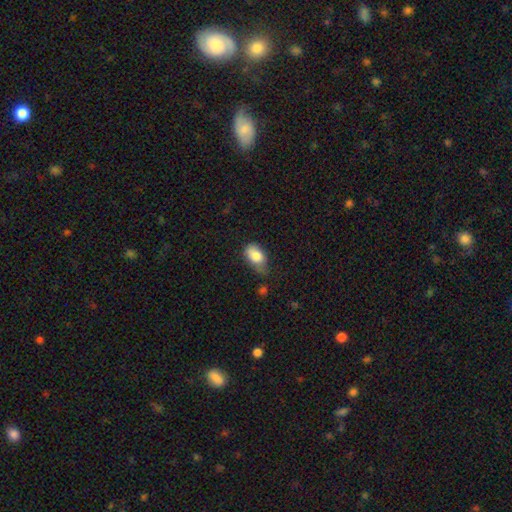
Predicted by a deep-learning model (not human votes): This is clearly a smooth galaxy (82%). How rounded: clearly in between (90%). Merging: marginally minor disturbance (44%).